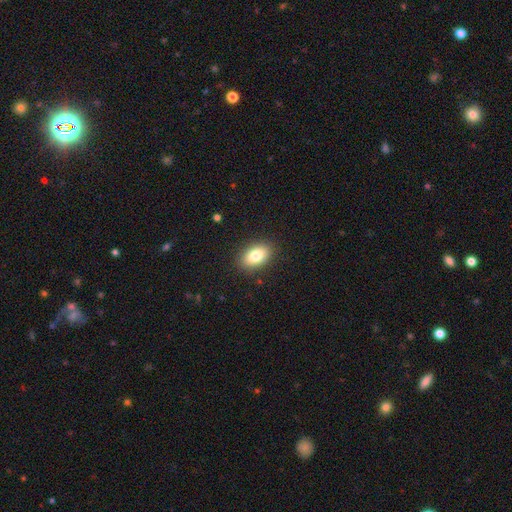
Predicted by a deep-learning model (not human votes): Smooth or featured? Predicted: smooth (p=0.82). How rounded? Predicted: in between (p=0.89). Merging? Predicted: none (p=0.88).